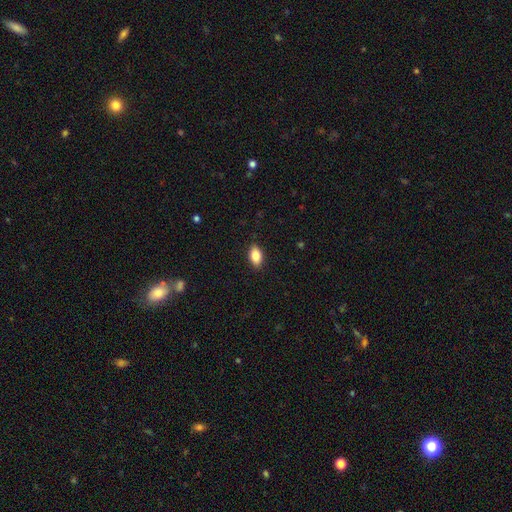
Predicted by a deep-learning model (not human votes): Smooth or featured? Predicted: smooth (p=0.83). How rounded? Predicted: in between (p=0.90). Merging? Predicted: none (p=0.88).